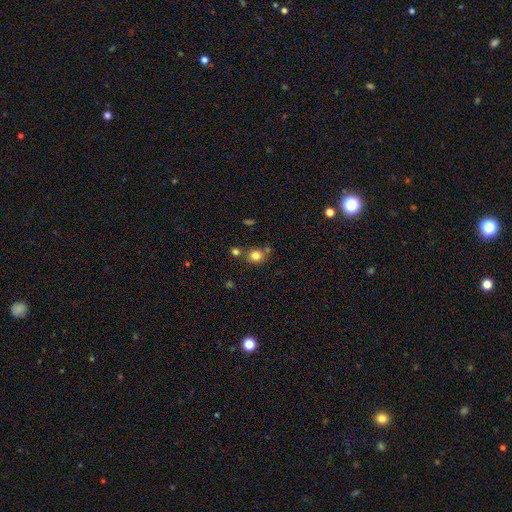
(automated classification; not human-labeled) The model was most divided on "merging": none: 67%, merger: 18%, minor disturbance: 12%, major disturbance: 4%. More confident: how rounded — round (81%); smooth or featured — smooth (79%).